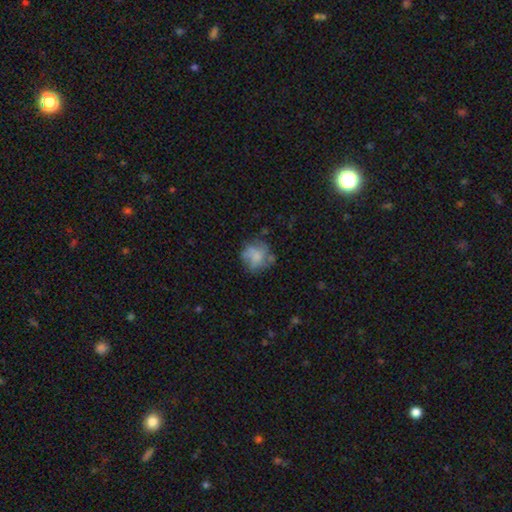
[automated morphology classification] Overall: smooth (53%; featured or disk 37%). How rounded: round (76%). Merging: none (59%; minor disturbance 22%).